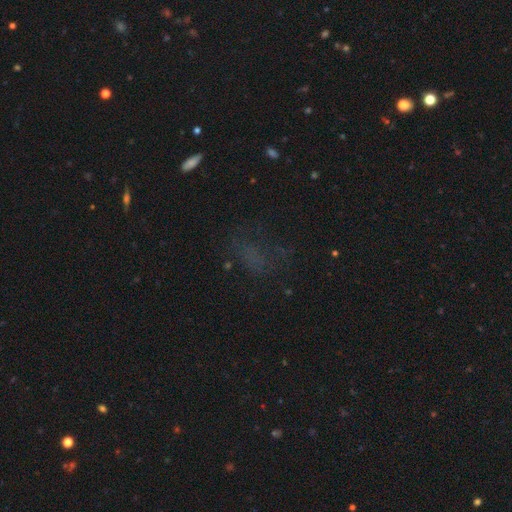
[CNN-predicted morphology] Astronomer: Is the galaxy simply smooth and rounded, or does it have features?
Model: smooth — 42% (runner-up: star or artifact, 38%).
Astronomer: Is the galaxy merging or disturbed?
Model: none — 60%.